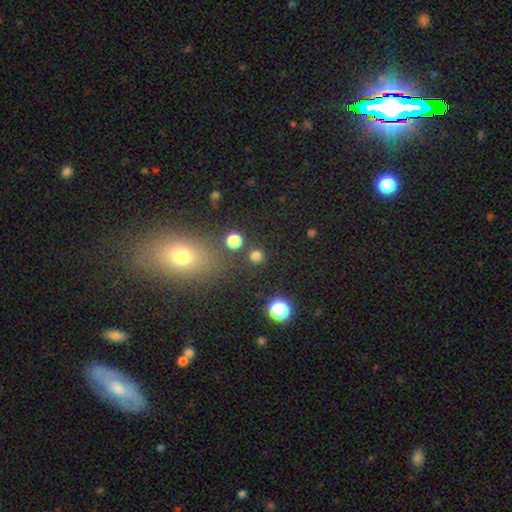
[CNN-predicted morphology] Smooth or featured? Predicted: smooth (p=0.77). How rounded? Predicted: round (p=0.93). Merging? Predicted: none (p=0.85).